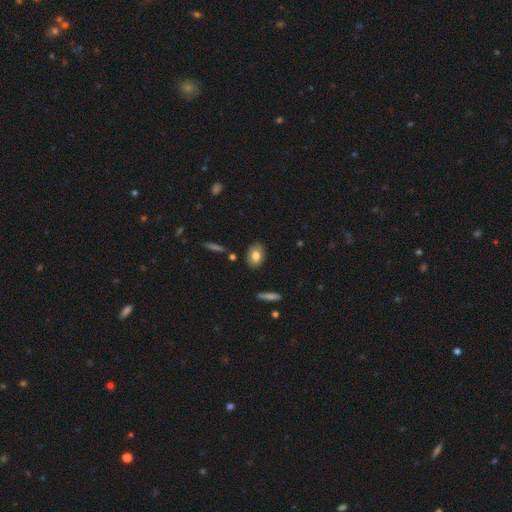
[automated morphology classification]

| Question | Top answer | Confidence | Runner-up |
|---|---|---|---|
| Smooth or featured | smooth | 78% | featured or disk (15%) |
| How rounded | in between | 79% | round (19%) |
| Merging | none | 85% | minor disturbance (10%) |